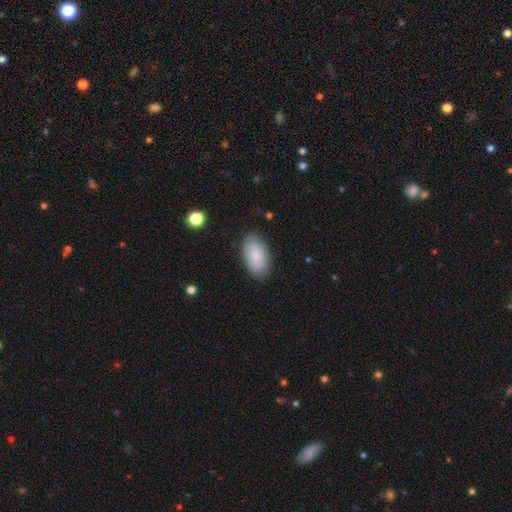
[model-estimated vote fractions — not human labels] Smooth or featured? smooth (82%)
How rounded? in between (95%)
Merging? none (83%)